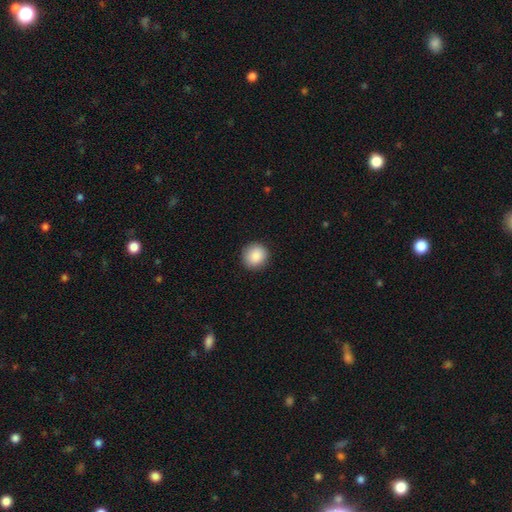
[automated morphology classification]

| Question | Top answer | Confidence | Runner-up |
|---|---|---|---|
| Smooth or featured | smooth | 88% | star or artifact (8%) |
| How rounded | round | 91% | in between (8%) |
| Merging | none | 91% | minor disturbance (6%) |